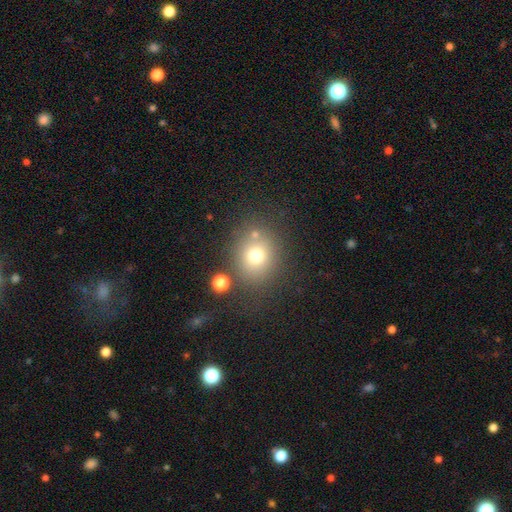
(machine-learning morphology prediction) Smooth or featured: smooth — 71% (star or artifact — 16%)
How rounded: round — 73% (in between — 26%)
Merging: none — 73% (minor disturbance — 12%)